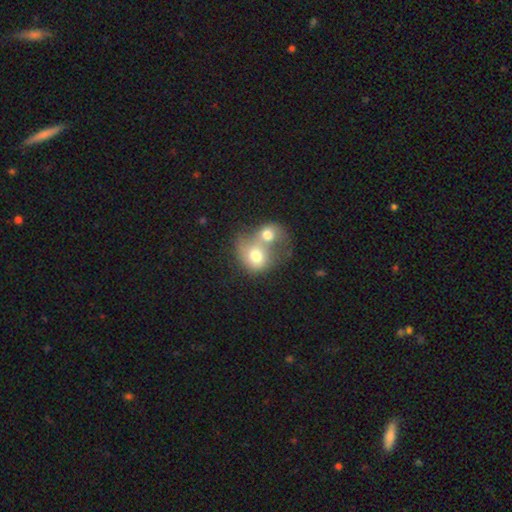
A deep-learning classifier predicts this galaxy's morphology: Smooth or featured? Predicted: smooth (p=0.63). How rounded? Predicted: round (p=0.64). Merging? Predicted: merger (p=0.80).